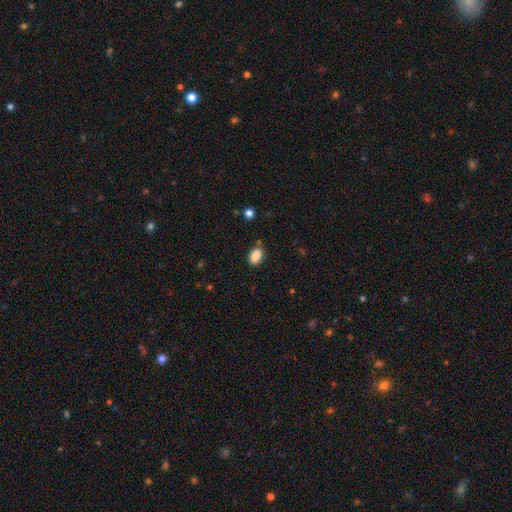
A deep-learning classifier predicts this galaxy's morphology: Smooth or featured? Predicted: smooth (p=0.88). How rounded? Predicted: in between (p=0.86). Merging? Predicted: none (p=0.80).